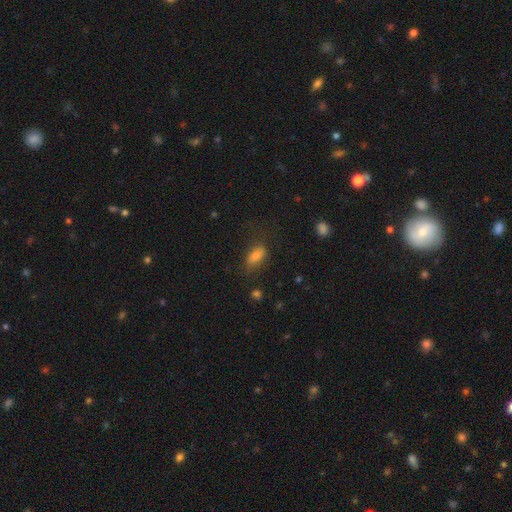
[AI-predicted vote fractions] Q: Smooth or featured?
A: smooth (77%); runner-up: star or artifact (12%)
Q: How rounded?
A: in between (80%); runner-up: cigar-shaped (14%)
Q: Merging?
A: none (60%); runner-up: minor disturbance (24%)